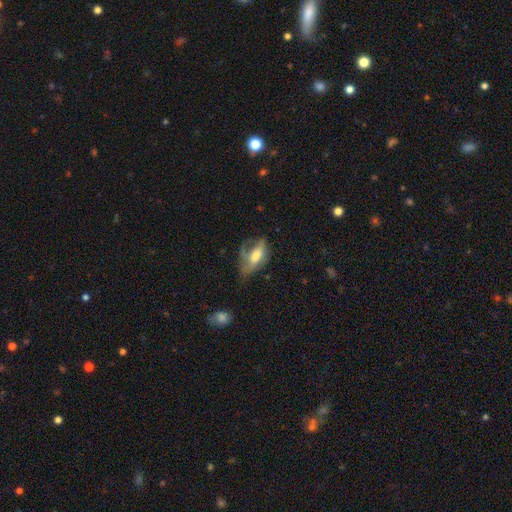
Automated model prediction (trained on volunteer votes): smooth_or_featured: smooth (p=0.53) [alt: featured or disk p=0.39]
how_rounded: in between (p=0.84) [alt: cigar-shaped p=0.11]
merging: none (p=0.37) [alt: minor disturbance p=0.31]